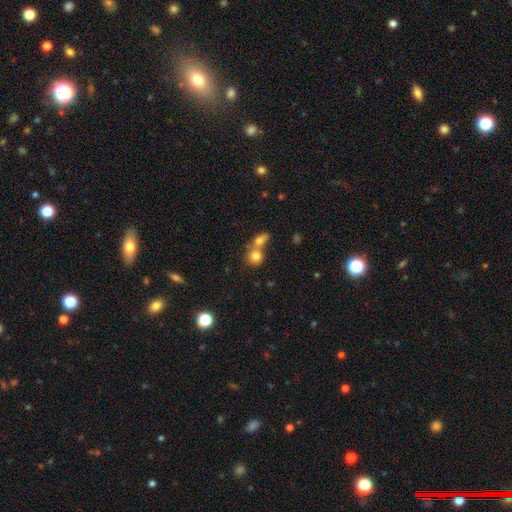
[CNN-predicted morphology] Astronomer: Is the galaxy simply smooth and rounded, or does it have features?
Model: smooth — 78%.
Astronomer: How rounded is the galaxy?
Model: round — 77%.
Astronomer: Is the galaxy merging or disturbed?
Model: merger — 58%.